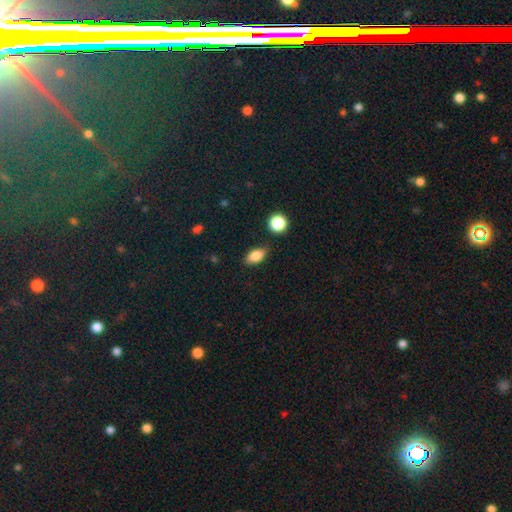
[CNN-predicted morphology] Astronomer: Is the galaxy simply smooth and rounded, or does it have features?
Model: smooth — 82%.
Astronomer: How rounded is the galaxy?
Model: in between — 86%.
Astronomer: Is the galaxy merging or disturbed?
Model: none — 81%.